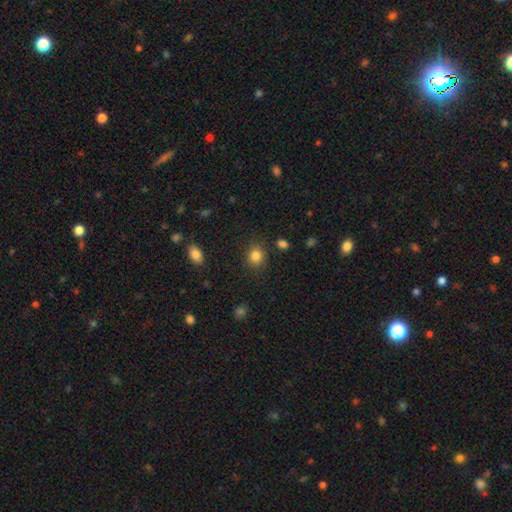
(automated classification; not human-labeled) This is clearly a smooth galaxy (84%). How rounded: likely round (75%). Merging: clearly none (86%).